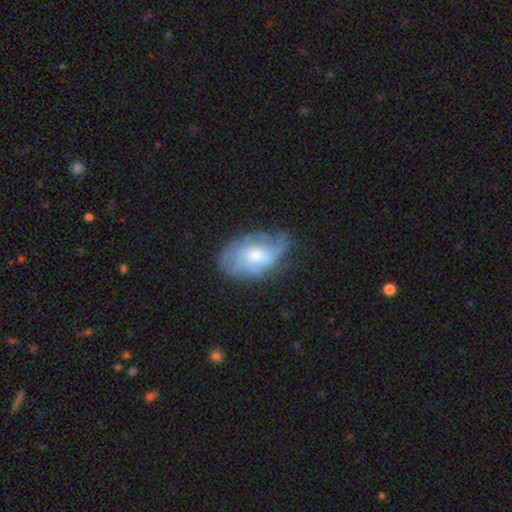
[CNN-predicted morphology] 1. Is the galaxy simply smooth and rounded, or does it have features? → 59% featured or disk, 33% smooth, 7% star or artifact.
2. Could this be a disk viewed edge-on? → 96% no, 4% yes.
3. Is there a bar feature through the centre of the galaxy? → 64% no, 31% weak, 5% strong.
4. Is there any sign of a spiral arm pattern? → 66% yes, 34% no.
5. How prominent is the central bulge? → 53% moderate, 30% small, 10% large, 5% none, 1% dominant.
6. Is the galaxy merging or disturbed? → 48% none, 30% minor disturbance, 20% major disturbance, 2% merger.